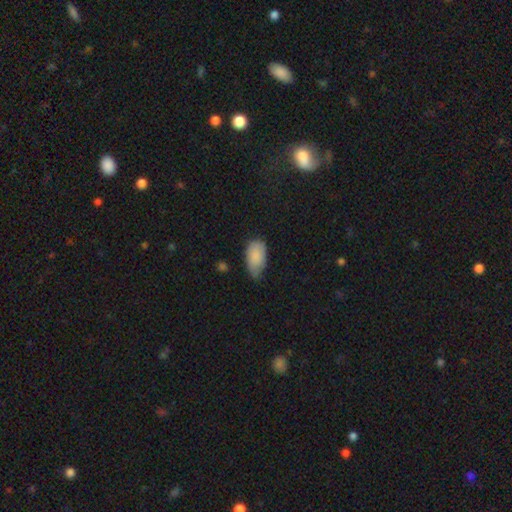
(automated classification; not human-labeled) smooth-or-featured: smooth: 85% | featured or disk: 8% | star or artifact: 7%
  how-rounded: in between: 93% | round: 4% | cigar-shaped: 2%
  merging: minor disturbance: 49% | none: 41% | major disturbance: 9% | merger: 2%